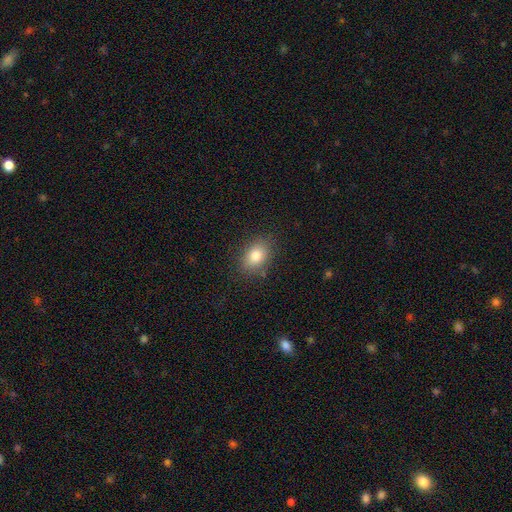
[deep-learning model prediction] This appears to be a smooth galaxy with no disk features (82%) that is in between round and cigar-shaped (79%). Merging: none (83%).